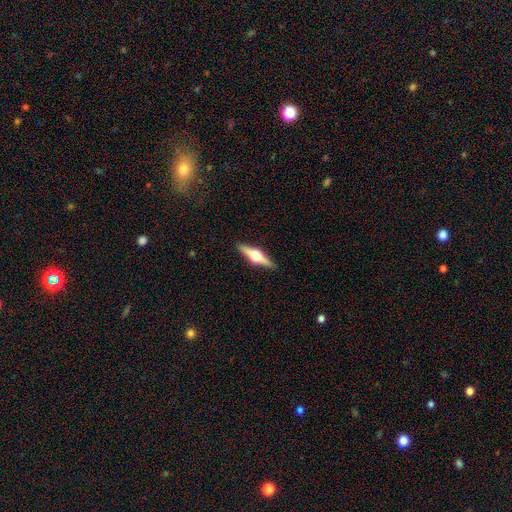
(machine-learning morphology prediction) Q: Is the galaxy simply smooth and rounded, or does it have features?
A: featured or disk — 72%.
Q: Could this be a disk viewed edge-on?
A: yes — 97%.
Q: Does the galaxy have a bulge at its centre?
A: rounded — 96%.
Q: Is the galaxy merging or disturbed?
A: none — 91%.